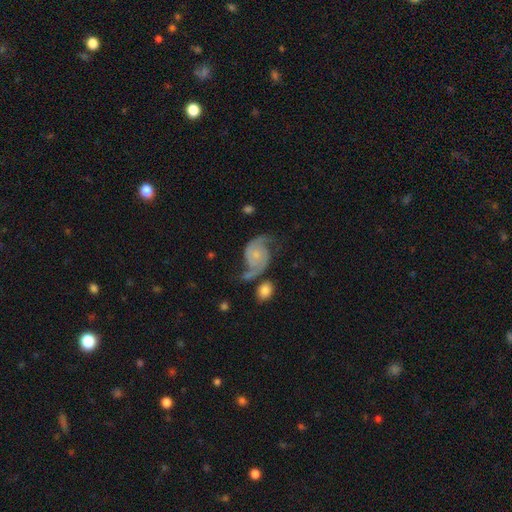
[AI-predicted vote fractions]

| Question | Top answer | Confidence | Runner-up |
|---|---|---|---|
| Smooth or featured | featured or disk | 86% | smooth (8%) |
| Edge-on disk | no | 98% | yes (2%) |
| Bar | no | 72% | weak (23%) |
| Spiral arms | yes | 97% | no (3%) |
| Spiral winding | medium | 43% | loose (41%) |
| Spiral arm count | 2 | 93% | can't tell (2%) |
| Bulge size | small | 63% | moderate (21%) |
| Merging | none | 54% | minor disturbance (20%) |